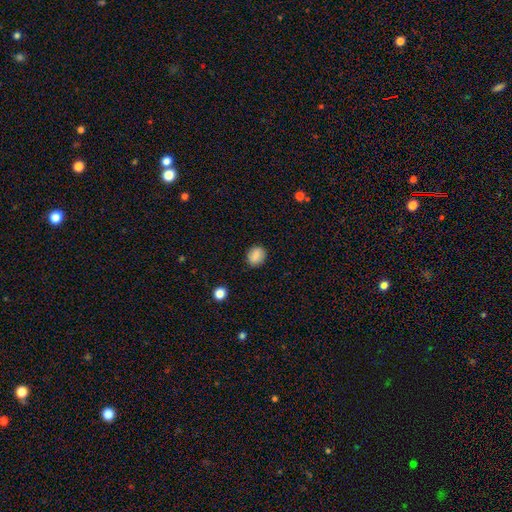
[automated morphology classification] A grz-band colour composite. It shows a smooth galaxy with no disk features (86%) that is round (59%). Merging: none (86%).